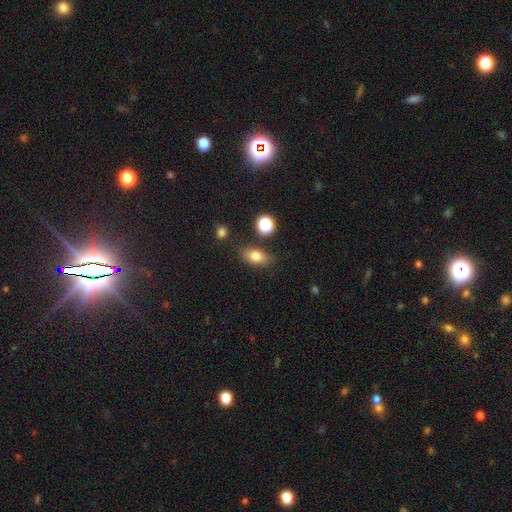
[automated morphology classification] Smooth or featured? smooth (79%)
How rounded? in between (82%)
Merging? none (78%)